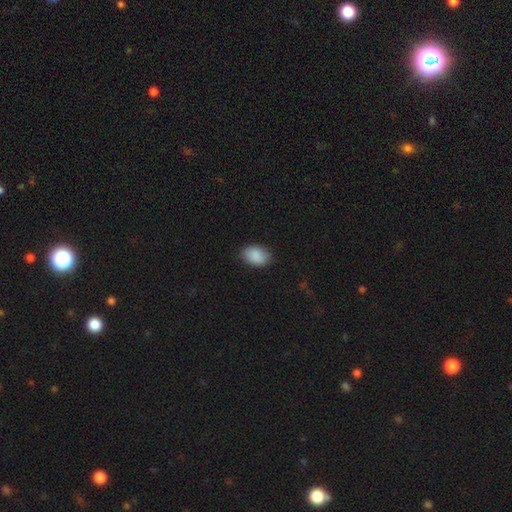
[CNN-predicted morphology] Overall: smooth (90%). How rounded: in between (82%). Merging: none (85%).